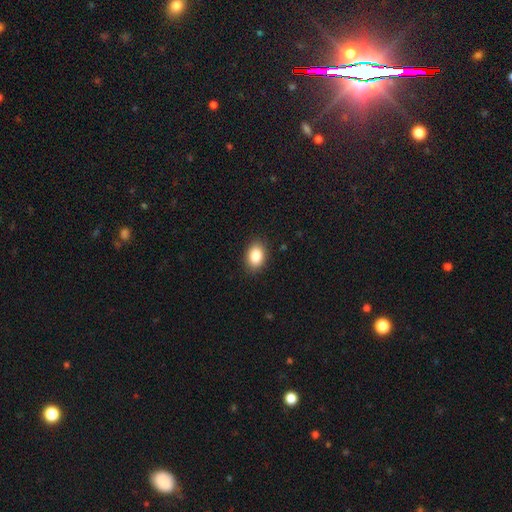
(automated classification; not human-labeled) Overall: smooth (87%). How rounded: in between (79%). Merging: none (88%).